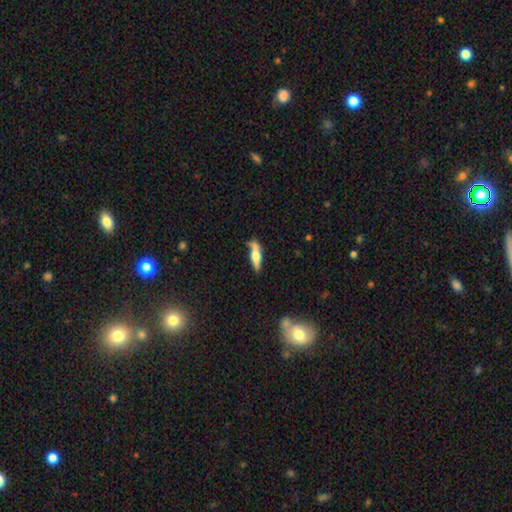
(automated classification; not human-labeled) Q: Smooth or featured?
A: smooth (49%); runner-up: featured or disk (44%)
Q: Merging?
A: none (55%); runner-up: minor disturbance (25%)